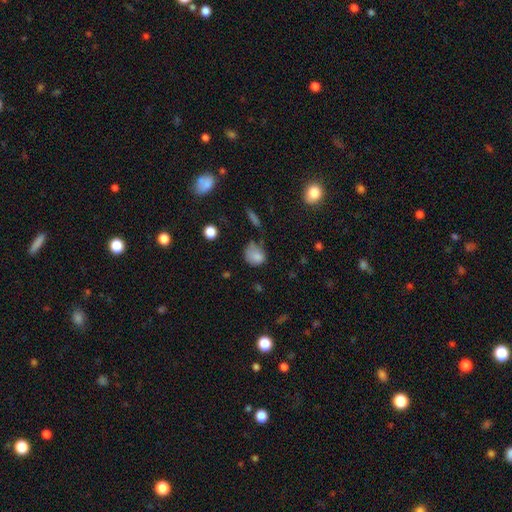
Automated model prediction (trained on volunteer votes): A smooth galaxy with no disk features (80%) that is round (61%). Merging: none (39%).